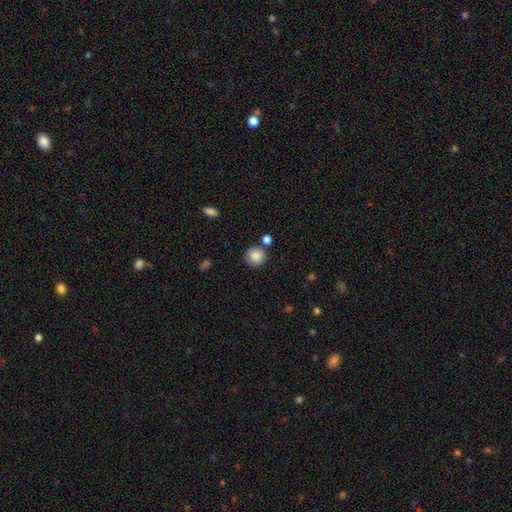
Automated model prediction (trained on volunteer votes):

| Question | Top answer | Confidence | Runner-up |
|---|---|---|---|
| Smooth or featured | smooth | 87% | star or artifact (9%) |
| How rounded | round | 91% | in between (9%) |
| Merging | none | 80% | minor disturbance (10%) |